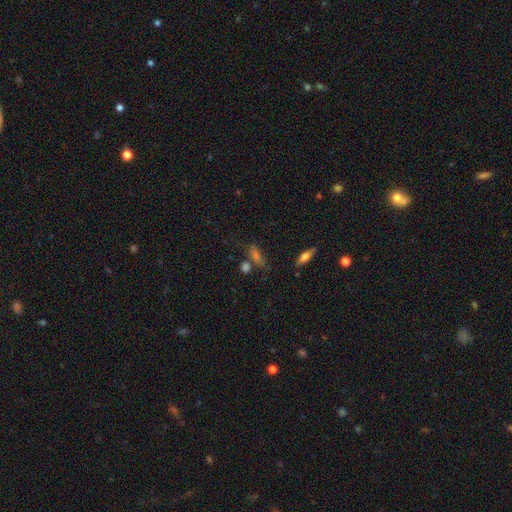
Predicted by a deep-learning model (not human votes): A smooth galaxy with no disk features (54%) that is in between round and cigar-shaped (47%).

Vote fractions:
- Smooth or featured? smooth: 54% / star or artifact: 26% / featured or disk: 20%
- How rounded? in between: 47% / cigar-shaped: 43% / round: 10%
- Merging? none: 60% / merger: 16% / minor disturbance: 16% / major disturbance: 8%